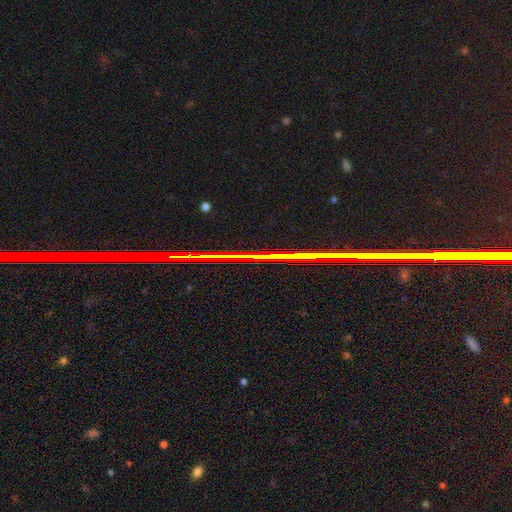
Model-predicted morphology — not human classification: A star or artifact, not a galaxy (85%).